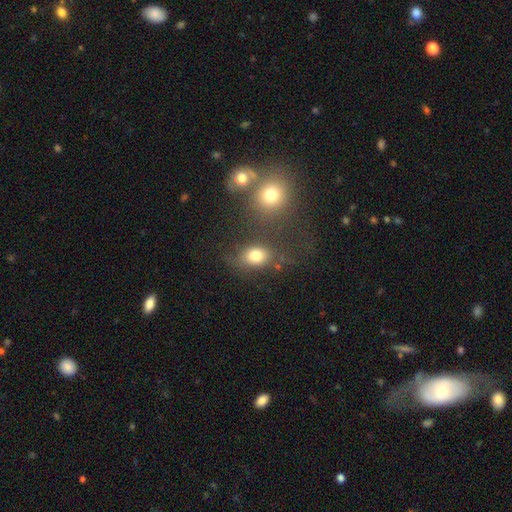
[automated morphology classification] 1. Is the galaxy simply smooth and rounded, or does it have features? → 78% smooth, 12% star or artifact, 10% featured or disk.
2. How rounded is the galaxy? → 63% in between, 35% round, 2% cigar-shaped.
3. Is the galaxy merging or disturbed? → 60% none, 17% minor disturbance, 14% merger, 9% major disturbance.